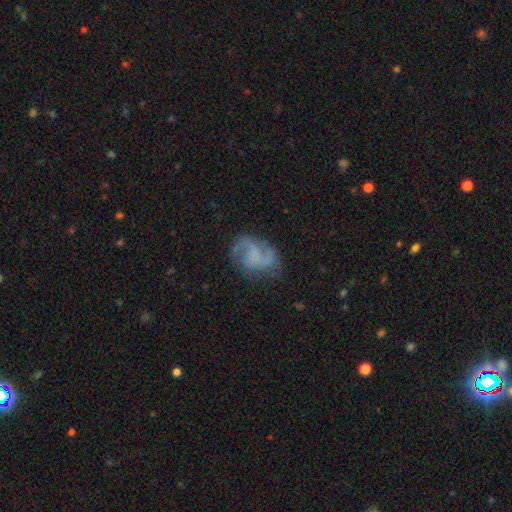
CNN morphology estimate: The model was most divided on "spiral winding": loose: 44%, medium: 41%, tight: 15%. More confident: edge-on disk — no (98%); spiral arms — yes (86%); spiral arm count — 2 (76%); bulge size — none (66%); smooth or featured — featured or disk (66%); bar — no (60%); merging — none (59%).